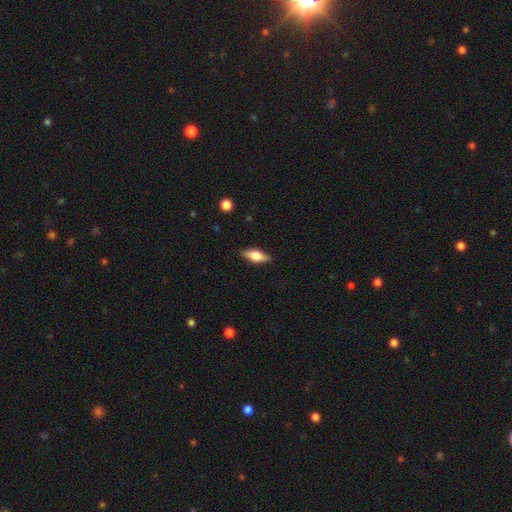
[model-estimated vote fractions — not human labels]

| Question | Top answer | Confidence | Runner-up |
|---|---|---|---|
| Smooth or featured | smooth | 58% | featured or disk (36%) |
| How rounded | in between | 69% | cigar-shaped (27%) |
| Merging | none | 87% | minor disturbance (10%) |